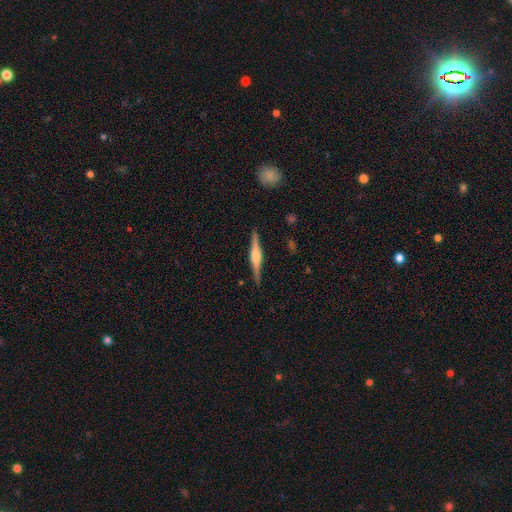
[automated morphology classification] smooth-or-featured: featured or disk: 75% | smooth: 19% | star or artifact: 6%
  disk-edge-on: yes: 98% | no: 2%
    edge-on-bulge: rounded: 75% | boxy: 20% | none: 5%
  merging: none: 90% | minor disturbance: 7% | major disturbance: 2% | merger: 1%